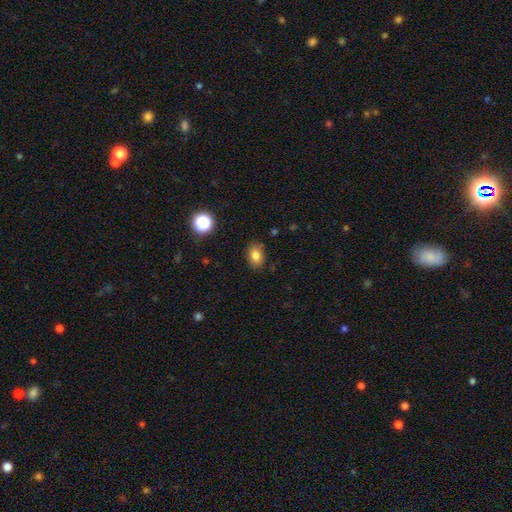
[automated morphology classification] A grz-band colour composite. It shows a smooth galaxy with no disk features (80%) that is in between round and cigar-shaped (78%). Merging: none (83%).